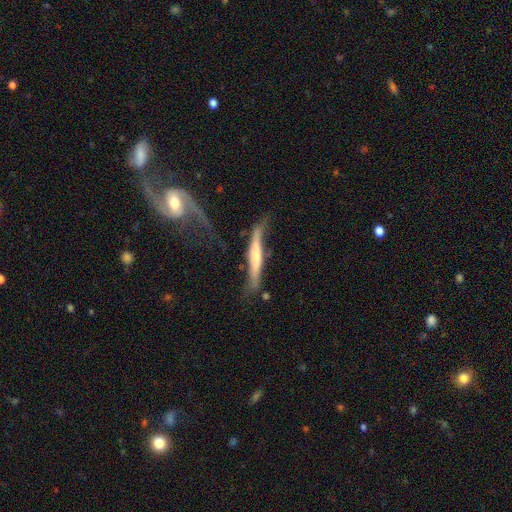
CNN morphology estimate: Q: Smooth or featured?
A: featured or disk (61%); runner-up: smooth (33%)
Q: Edge-on disk?
A: yes (80%); runner-up: no (20%)
Q: Merging?
A: none (39%); runner-up: minor disturbance (27%)